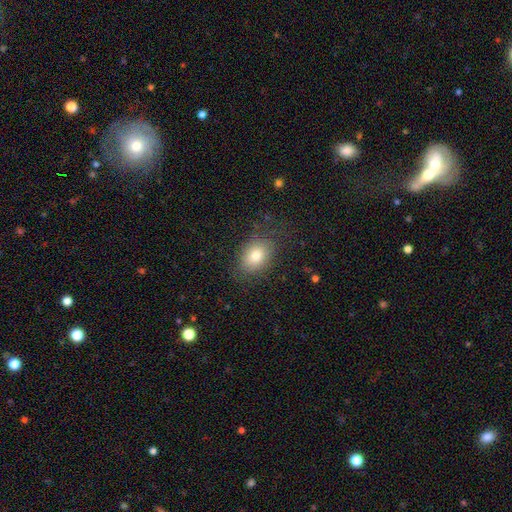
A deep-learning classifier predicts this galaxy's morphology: Smooth or featured: smooth — 78% (featured or disk — 12%)
How rounded: in between — 73% (round — 26%)
Merging: none — 77% (minor disturbance — 15%)